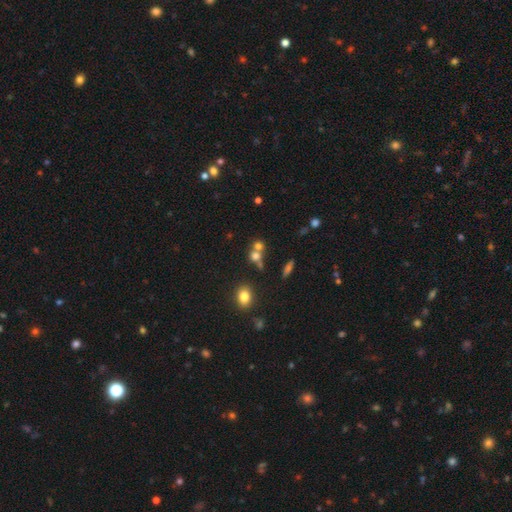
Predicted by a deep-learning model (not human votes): Q: Smooth or featured?
A: smooth (69%); runner-up: star or artifact (16%)
Q: How rounded?
A: round (76%); runner-up: in between (22%)
Q: Merging?
A: merger (49%); runner-up: none (39%)